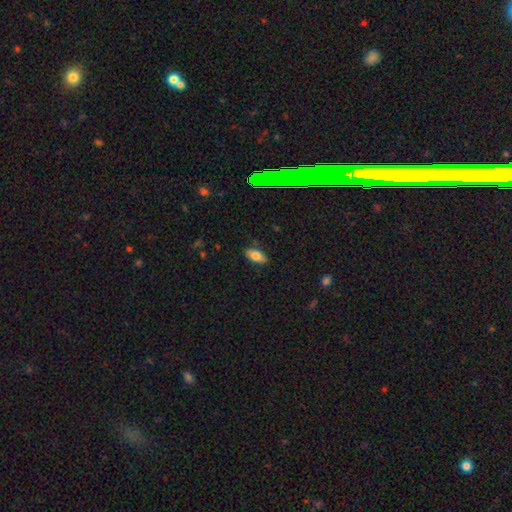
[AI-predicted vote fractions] smooth 78%, featured or disk 14%, star or artifact 9%. Down the decision tree: how rounded — in between (86%); merging — none (84%).